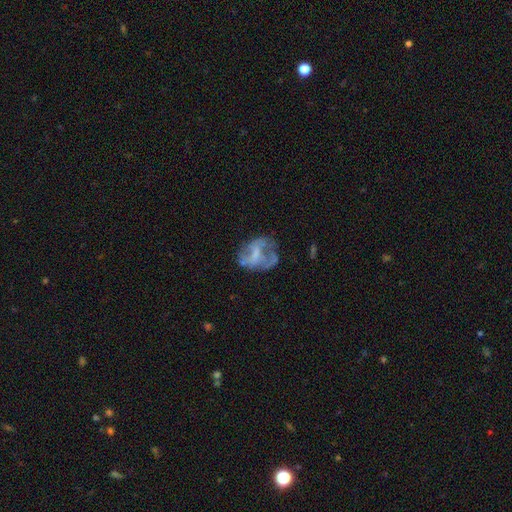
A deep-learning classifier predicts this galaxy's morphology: Overall: featured or disk (59%; smooth 31%). Edge-on disk: no (97%). Bar: no (56%; weak 33%). Spiral arms: no (67%; yes 33%). Bulge size: none (42%; small 27%). Merging: none (44%; major disturbance 28%).